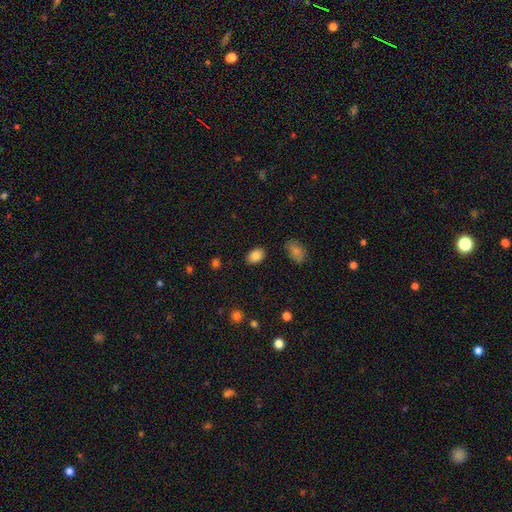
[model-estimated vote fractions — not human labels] Smooth or featured: smooth — 85% (star or artifact — 9%)
How rounded: in between — 86% (round — 13%)
Merging: none — 86% (minor disturbance — 9%)